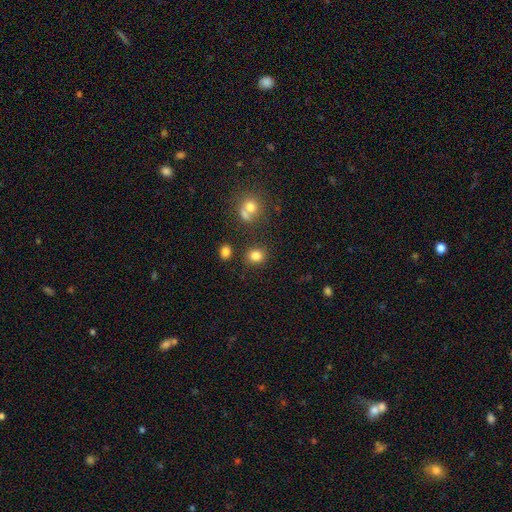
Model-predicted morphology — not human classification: This is clearly a smooth galaxy (83%). How rounded: likely round (77%). Merging: clearly none (84%).